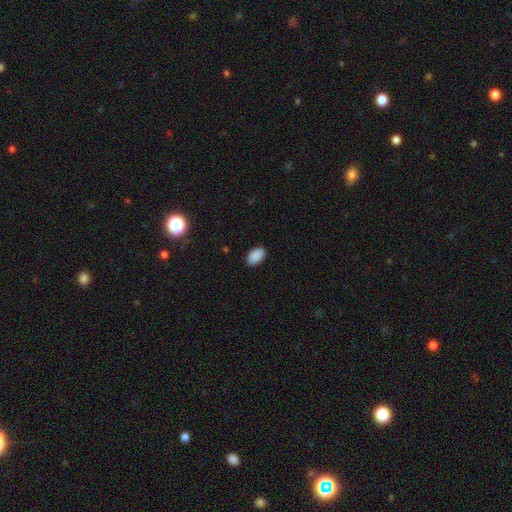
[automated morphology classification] smooth-or-featured: smooth: 89% | star or artifact: 8% | featured or disk: 3%
  how-rounded: in between: 92% | round: 7% | cigar-shaped: 1%
  merging: none: 87% | minor disturbance: 10% | major disturbance: 2% | merger: 1%